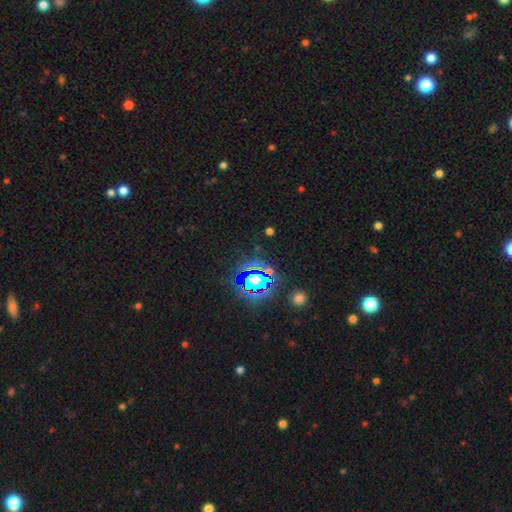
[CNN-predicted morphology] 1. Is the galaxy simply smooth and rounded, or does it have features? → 80% star or artifact, 12% smooth, 8% featured or disk.